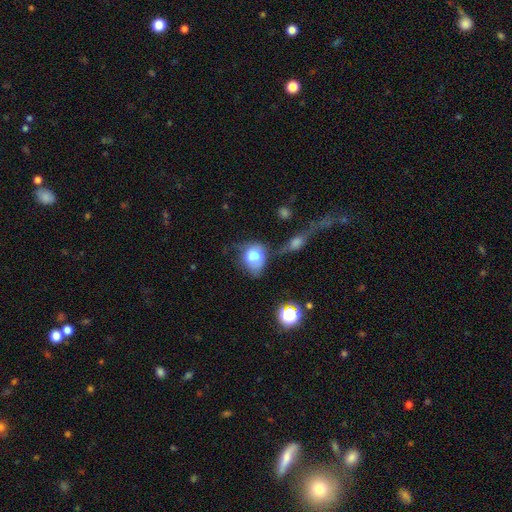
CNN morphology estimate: A smooth galaxy with no disk features (67%) that is in between round and cigar-shaped (49%, tied with round).

Vote fractions:
- Smooth or featured? smooth: 67% / featured or disk: 22% / star or artifact: 11%
- How rounded? in between: 49% (tied) / round: 49% (tied) / cigar-shaped: 1%
- Merging? major disturbance: 30% / merger: 25% / none: 23% / minor disturbance: 21%